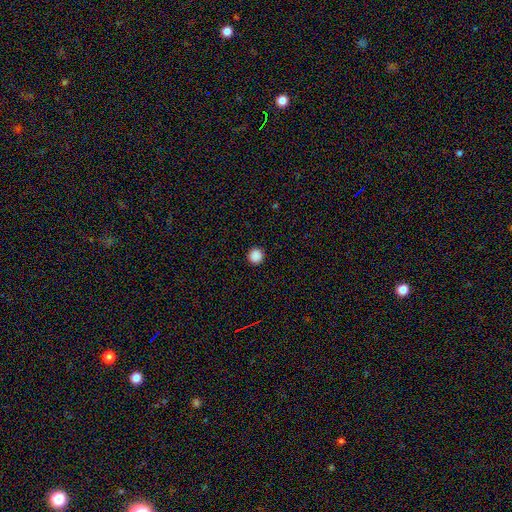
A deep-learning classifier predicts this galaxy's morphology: A smooth galaxy with no disk features (88%) that is round (94%). Merging: none (93%).